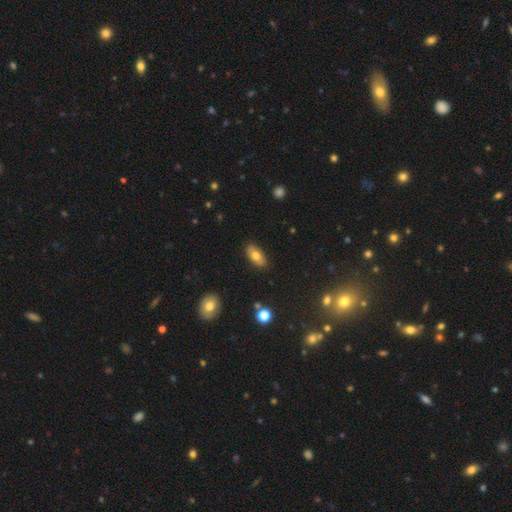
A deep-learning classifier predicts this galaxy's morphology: Smooth or featured?
  - smooth: 74% *
  - featured or disk: 18%
  - star or artifact: 8%
How rounded?
  - in between: 87% *
  - cigar-shaped: 9%
  - round: 4%
Merging?
  - none: 87% *
  - minor disturbance: 10%
  - major disturbance: 2%
  - merger: 1%